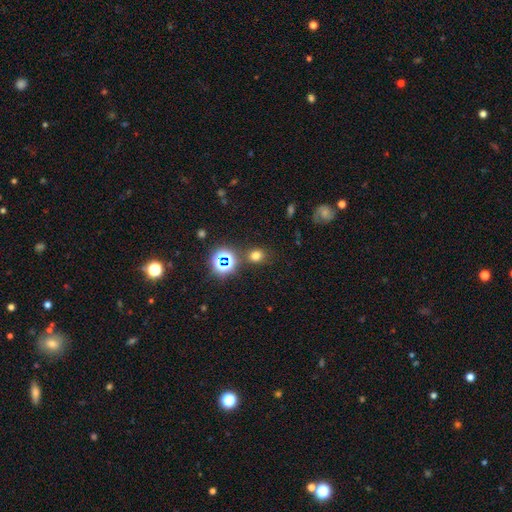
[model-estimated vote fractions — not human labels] Smooth or featured?
  - smooth: 67% *
  - star or artifact: 26%
  - featured or disk: 7%
How rounded?
  - round: 68% *
  - in between: 30%
  - cigar-shaped: 1%
Merging?
  - none: 80% *
  - minor disturbance: 10%
  - merger: 6%
  - major disturbance: 4%